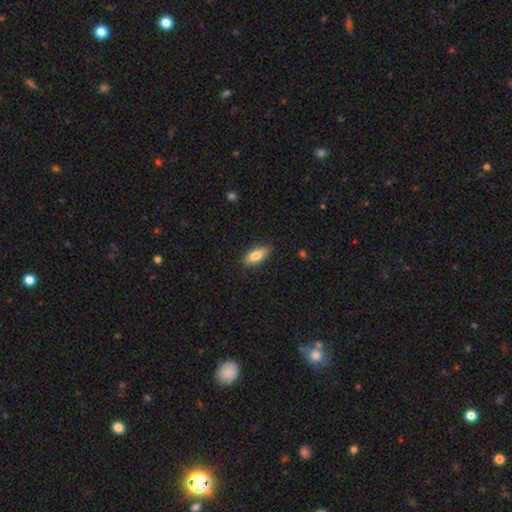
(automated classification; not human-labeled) This appears to be a smooth galaxy with no disk features (80%) that is in between round and cigar-shaped (73%). Merging: none (85%).